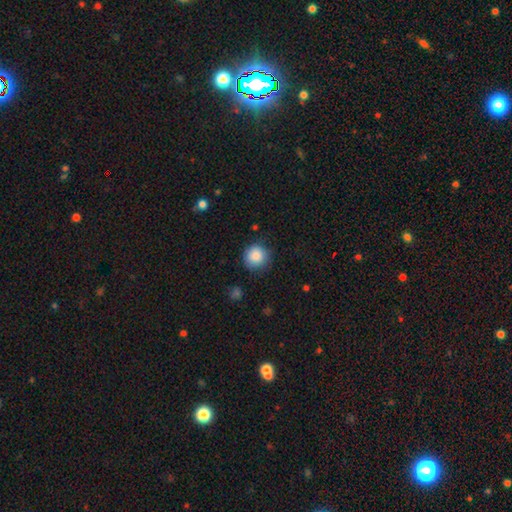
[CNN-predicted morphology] smooth_or_featured: smooth (p=0.87) [alt: star or artifact p=0.09]
how_rounded: round (p=0.93) [alt: in between p=0.06]
merging: none (p=0.83) [alt: minor disturbance p=0.13]